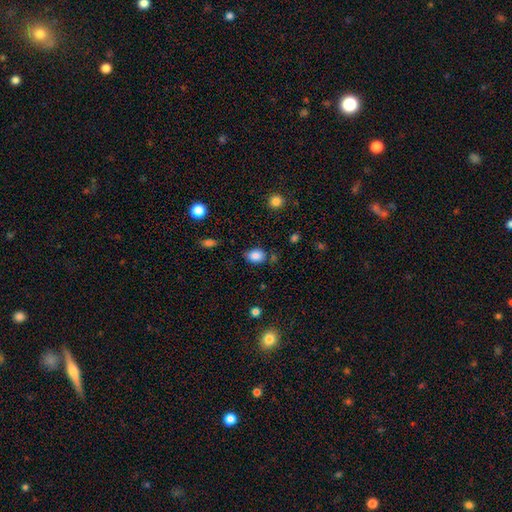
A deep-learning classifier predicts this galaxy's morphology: type=smooth (85%); roundness=in between (72%); merging=none (76%).